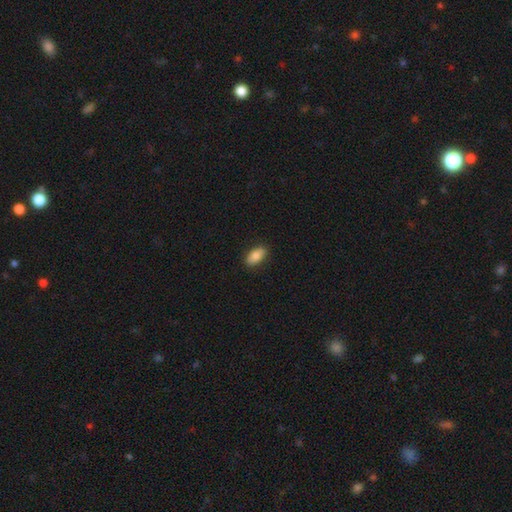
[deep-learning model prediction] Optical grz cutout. It shows a smooth galaxy with no disk features (84%) that is in between round and cigar-shaped (90%). Merging: none (88%).